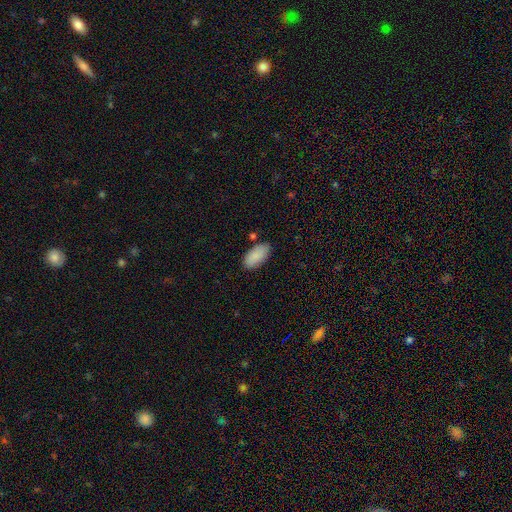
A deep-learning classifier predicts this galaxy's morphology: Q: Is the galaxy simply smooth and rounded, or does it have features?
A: smooth — 88%.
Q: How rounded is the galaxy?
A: in between — 94%.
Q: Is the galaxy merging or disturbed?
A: none — 79%.